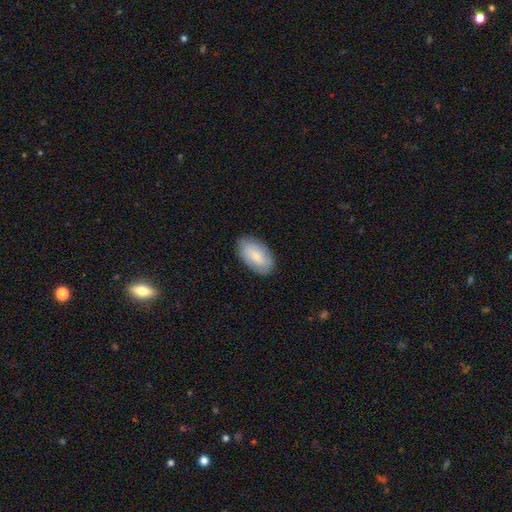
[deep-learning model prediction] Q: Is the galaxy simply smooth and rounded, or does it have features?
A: smooth — 80%.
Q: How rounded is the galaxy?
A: in between — 95%.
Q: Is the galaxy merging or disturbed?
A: none — 84%.